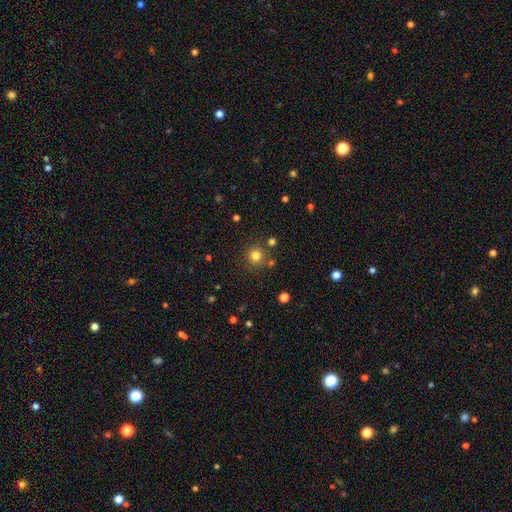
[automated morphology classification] Smooth or featured? Predicted: smooth (p=0.79). How rounded? Predicted: round (p=0.93). Merging? Predicted: none (p=0.82).